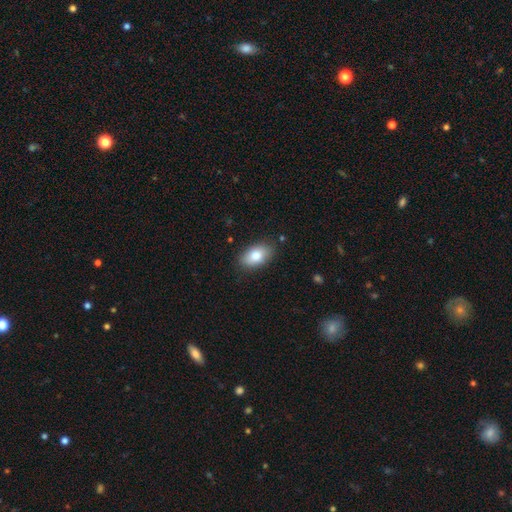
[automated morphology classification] smooth-or-featured: smooth: 82% | featured or disk: 11% | star or artifact: 7%
  how-rounded: in between: 91% | round: 7% | cigar-shaped: 2%
  merging: none: 85% | minor disturbance: 12% | major disturbance: 3% | merger: 1%